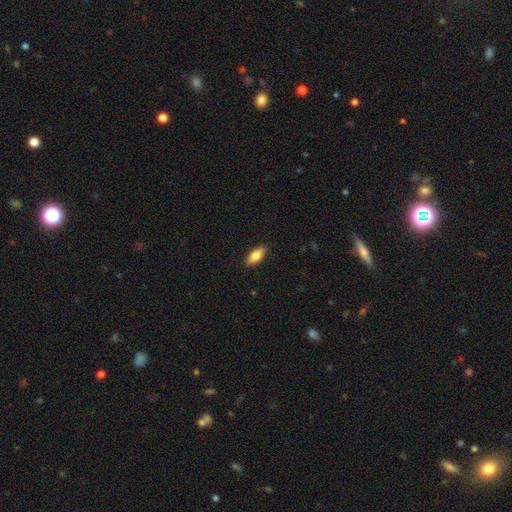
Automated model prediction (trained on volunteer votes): Overall: smooth (82%). How rounded: in between (86%). Merging: none (89%).